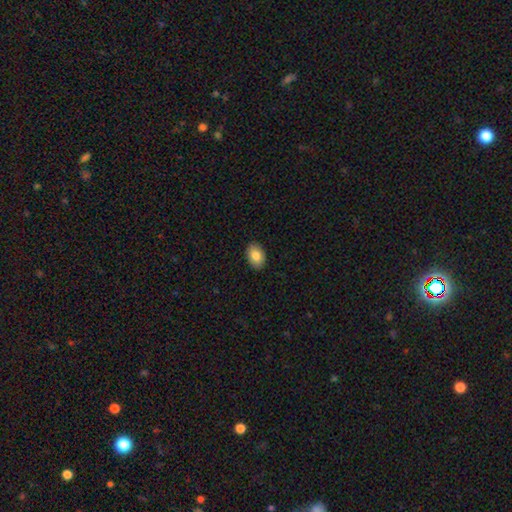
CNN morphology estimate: Q: Smooth or featured?
A: smooth (84%); runner-up: featured or disk (9%)
Q: How rounded?
A: in between (86%); runner-up: round (13%)
Q: Merging?
A: none (89%); runner-up: minor disturbance (8%)